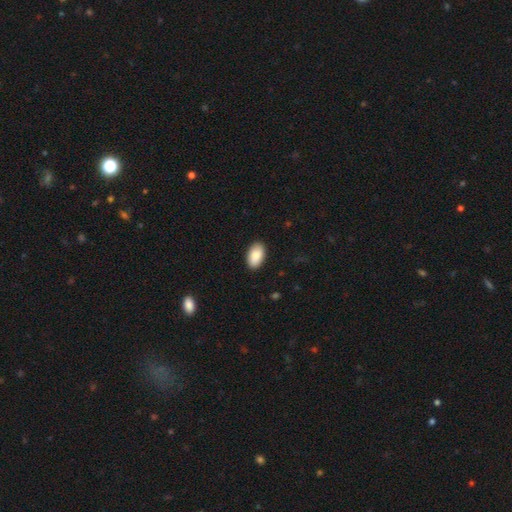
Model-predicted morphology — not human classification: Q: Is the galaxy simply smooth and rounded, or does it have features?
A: smooth — 88%.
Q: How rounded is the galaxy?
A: in between — 95%.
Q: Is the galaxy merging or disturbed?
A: none — 90%.